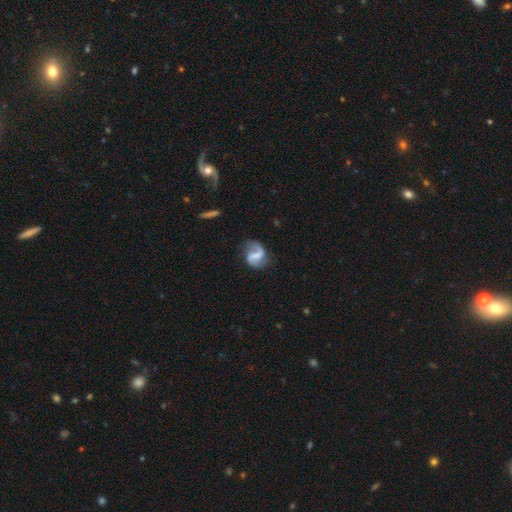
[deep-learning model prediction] Morphology: type=featured or disk (79%); edge-on=no (98%); bar=weak (47%); spiral arms=yes (93%); winding=loose (54%); arm count=2 (82%); bulge=none (39%); merging=none (66%).